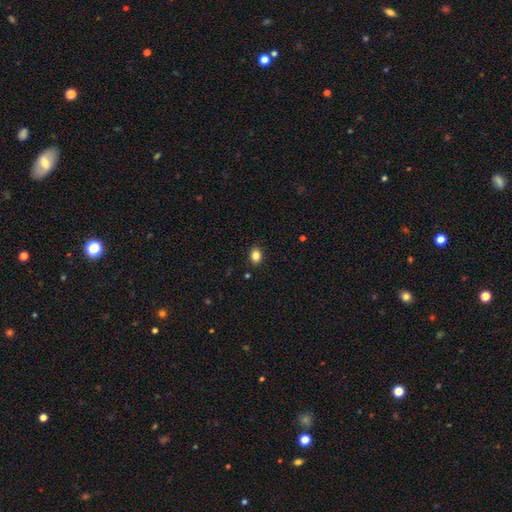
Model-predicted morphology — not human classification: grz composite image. It shows a smooth galaxy with no disk features (85%) that is in between round and cigar-shaped (57%). Merging: none (89%).